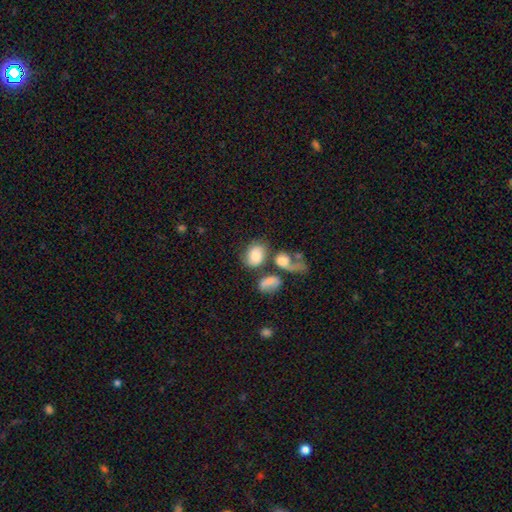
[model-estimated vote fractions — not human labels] This appears to be a smooth galaxy with no disk features (67%) that is in between round and cigar-shaped (65%). Merging: none (36%).